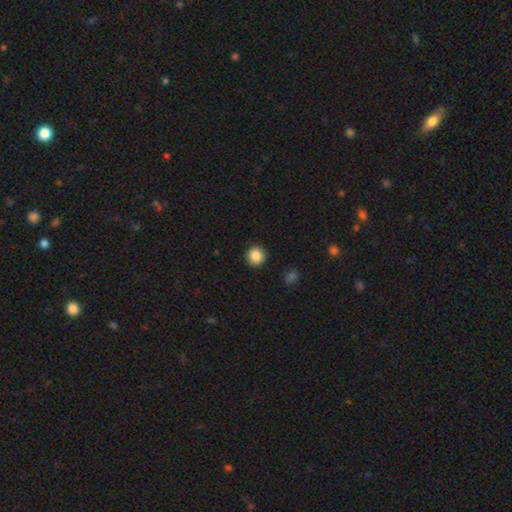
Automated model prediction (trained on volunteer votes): This appears to be a smooth galaxy with no disk features (87%) that is round (94%). Merging: none (93%).